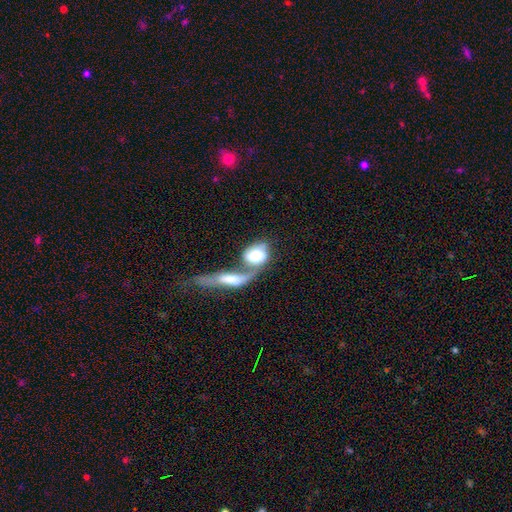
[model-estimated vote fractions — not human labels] Smooth or featured? smooth (58%)
How rounded? in between (65%)
Merging? merger (73%)